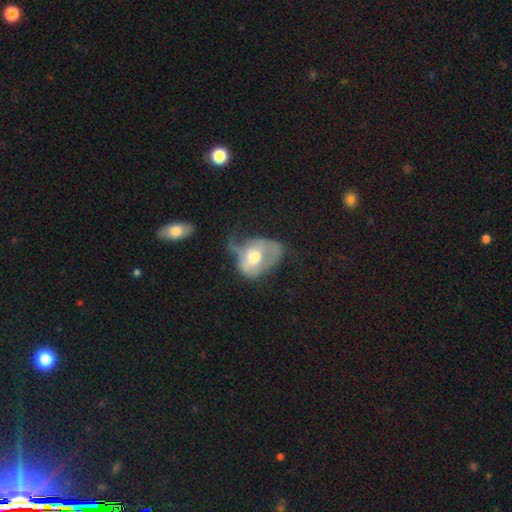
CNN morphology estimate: This is possibly a featured or disk galaxy (50%). It is clearly not viewed edge-on (95%). Merging: possibly major disturbance (47%).